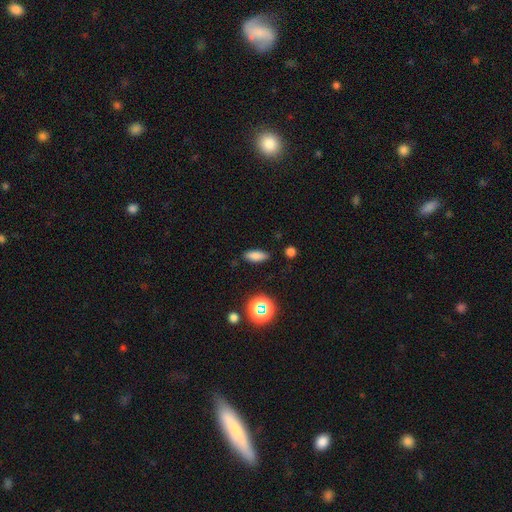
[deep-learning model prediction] smooth-or-featured: smooth: 80% | star or artifact: 13% | featured or disk: 7%
  how-rounded: in between: 76% | cigar-shaped: 19% | round: 5%
  merging: none: 85% | minor disturbance: 11% | major disturbance: 3% | merger: 2%